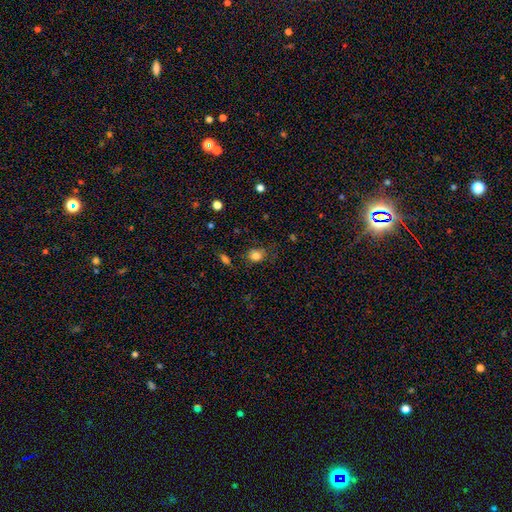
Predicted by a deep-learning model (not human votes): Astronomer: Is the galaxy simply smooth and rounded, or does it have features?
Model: smooth — 83%.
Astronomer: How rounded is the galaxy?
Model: round — 63%.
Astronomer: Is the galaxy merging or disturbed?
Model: none — 70%.